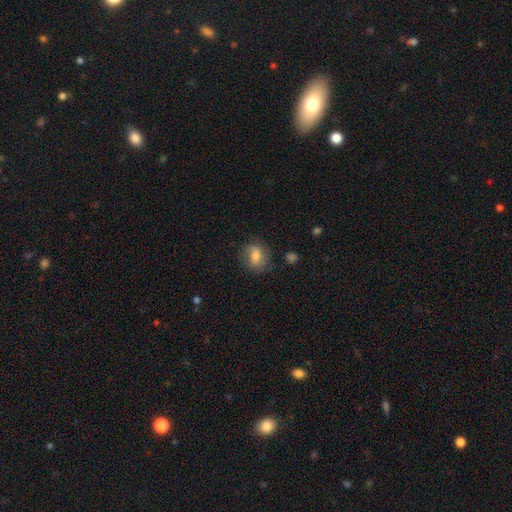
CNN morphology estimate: A smooth galaxy with no disk features (72%) that is round (55%). Merging: none (76%).